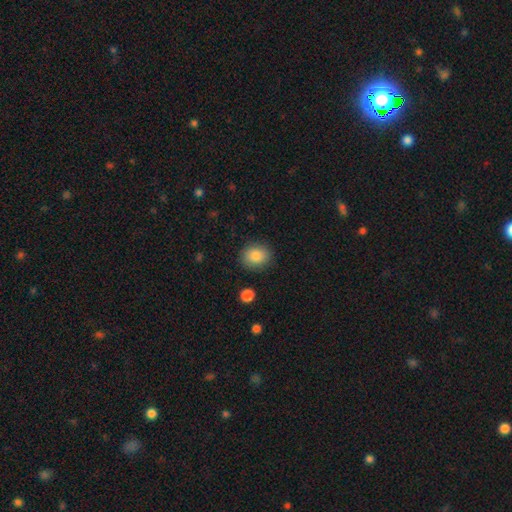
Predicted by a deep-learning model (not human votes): Smooth or featured: smooth — 86% (star or artifact — 8%)
How rounded: round — 62% (in between — 37%)
Merging: none — 86% (minor disturbance — 10%)